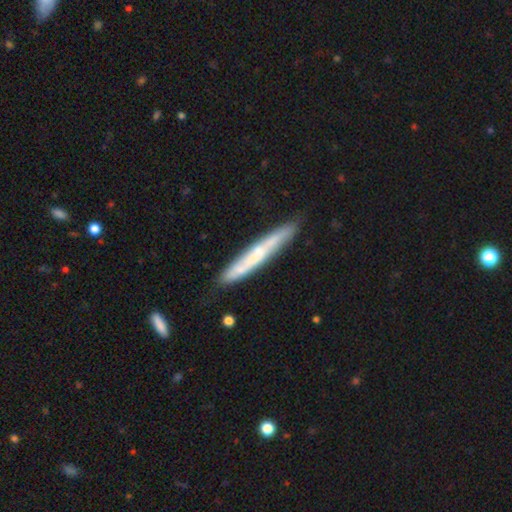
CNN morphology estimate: smooth_or_featured: featured or disk (p=0.50) [alt: smooth p=0.44]
disk_edge_on: yes (p=0.82) [alt: no p=0.18]
merging: none (p=0.81) [alt: minor disturbance p=0.14]